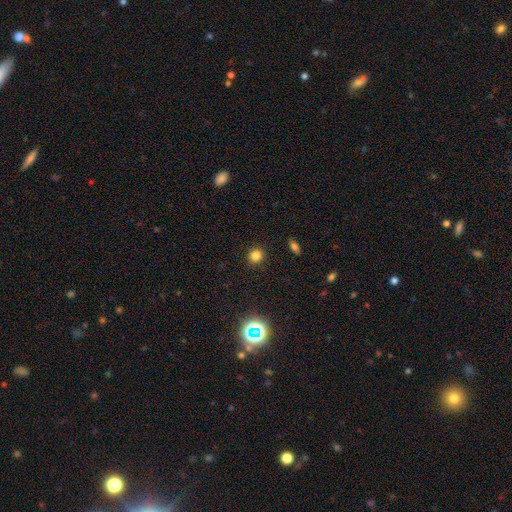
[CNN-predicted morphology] smooth_or_featured: smooth (p=0.79) [alt: star or artifact p=0.16]
how_rounded: round (p=0.88) [alt: in between p=0.11]
merging: none (p=0.91) [alt: minor disturbance p=0.06]